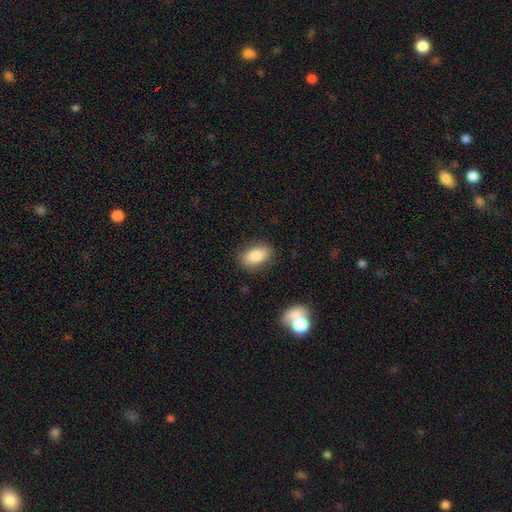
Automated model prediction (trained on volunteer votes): A smooth galaxy with no disk features (81%) that is in between round and cigar-shaped (87%). Merging: none (84%).